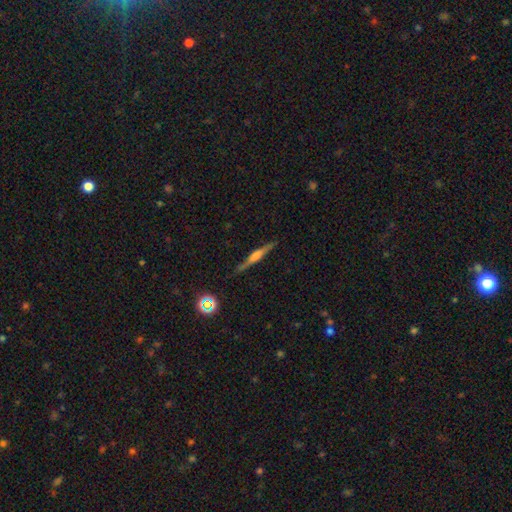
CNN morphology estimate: This appears to be a featured or disk galaxy (71%) viewed edge-on (97%) with a rounded central bulge (62%). Merging: none (85%).